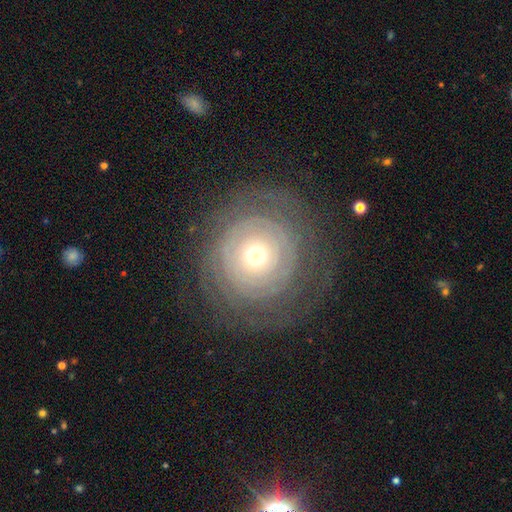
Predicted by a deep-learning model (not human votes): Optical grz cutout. It shows a featured or disk galaxy (70%) with no bar (86%), tight (85%) spiral arms (77%) and a moderate central bulge (58%). Merging: none (77%).